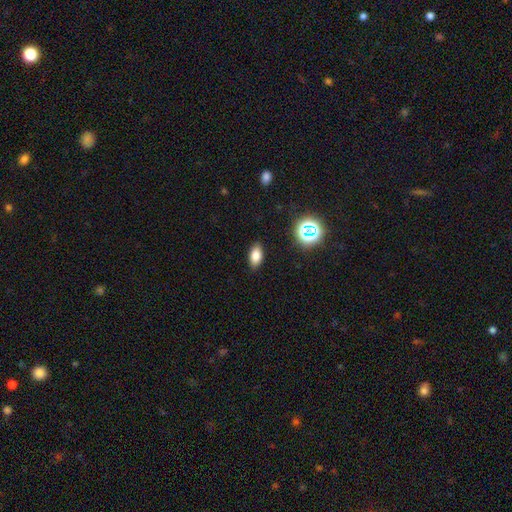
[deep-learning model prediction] Smooth or featured?
  - smooth: 78% *
  - star or artifact: 13%
  - featured or disk: 9%
How rounded?
  - in between: 88% *
  - round: 7%
  - cigar-shaped: 5%
Merging?
  - none: 87% *
  - minor disturbance: 9%
  - major disturbance: 2%
  - merger: 1%